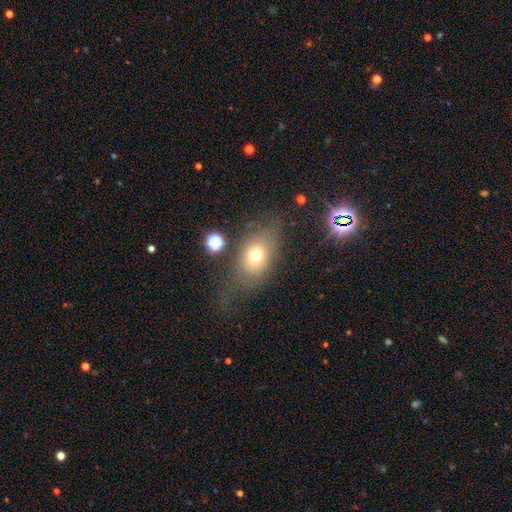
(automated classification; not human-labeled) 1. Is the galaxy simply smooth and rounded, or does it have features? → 65% smooth, 21% featured or disk, 14% star or artifact.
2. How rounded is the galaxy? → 70% in between, 28% round, 3% cigar-shaped.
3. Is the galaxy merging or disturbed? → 54% none, 21% minor disturbance, 21% major disturbance, 5% merger.